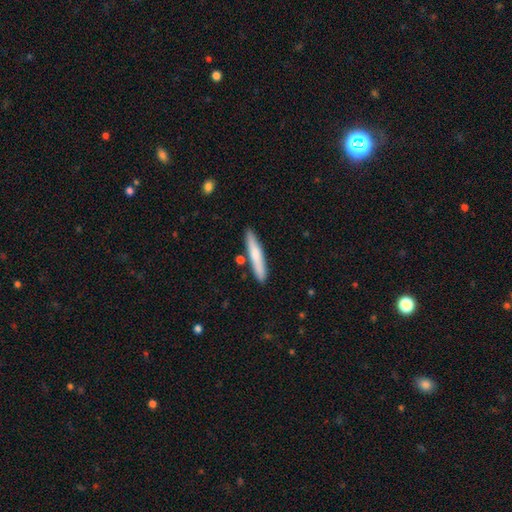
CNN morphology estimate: Overall: smooth (69%). How rounded: cigar-shaped (92%). Merging: none (85%).